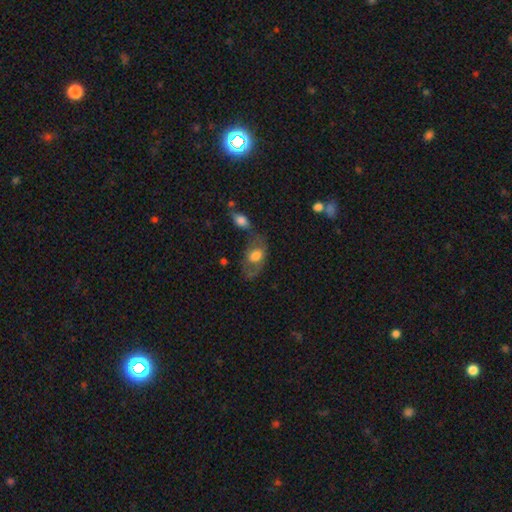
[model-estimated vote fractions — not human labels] Smooth or featured? Predicted: smooth (p=0.58). How rounded? Predicted: in between (p=0.87). Merging? Predicted: none (p=0.41).